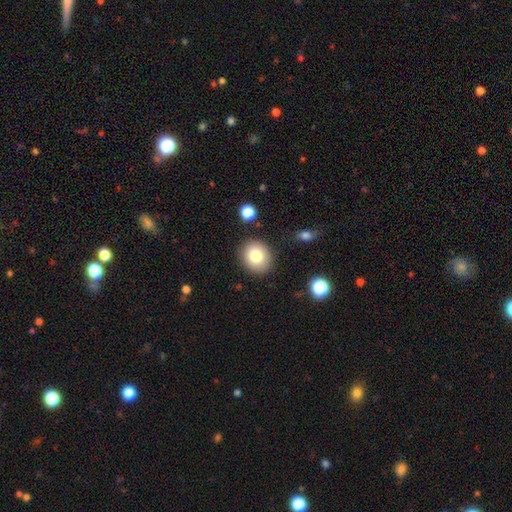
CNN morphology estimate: A smooth galaxy with no disk features (80%) that is round (77%). Merging: none (87%).